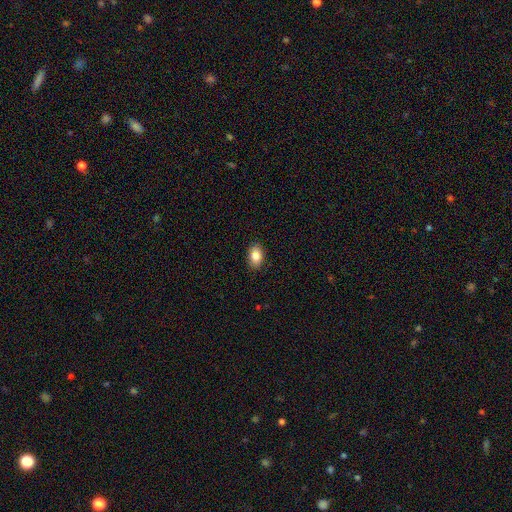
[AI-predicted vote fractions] Smooth or featured?
  - smooth: 85% *
  - star or artifact: 8%
  - featured or disk: 7%
How rounded?
  - in between: 89% *
  - round: 10%
  - cigar-shaped: 1%
Merging?
  - none: 88% *
  - minor disturbance: 9%
  - major disturbance: 2%
  - merger: 1%